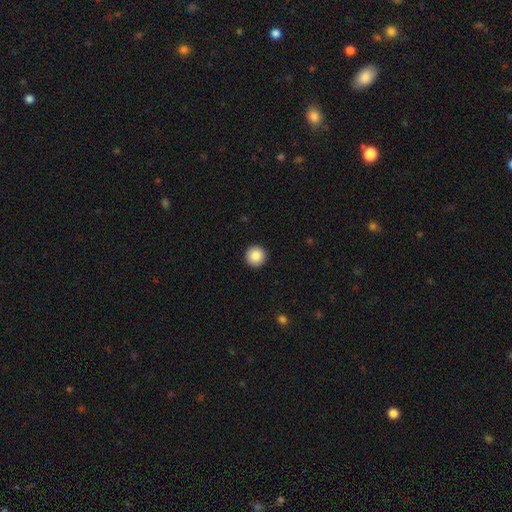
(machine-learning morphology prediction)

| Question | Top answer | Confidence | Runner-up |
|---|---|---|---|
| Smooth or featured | smooth | 86% | star or artifact (8%) |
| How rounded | round | 96% | in between (3%) |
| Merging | none | 94% | minor disturbance (4%) |